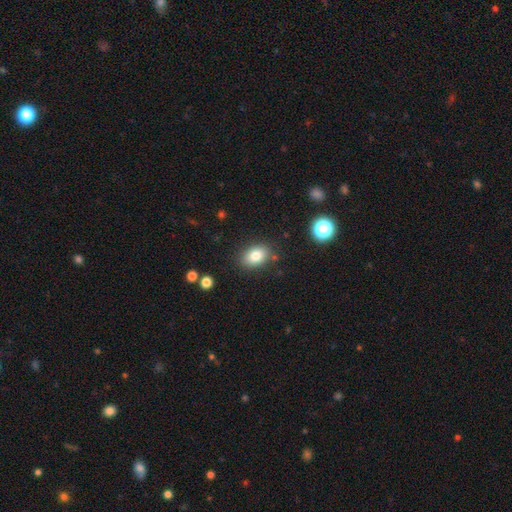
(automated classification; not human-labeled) Smooth or featured? smooth (81%)
How rounded? in between (77%)
Merging? none (83%)